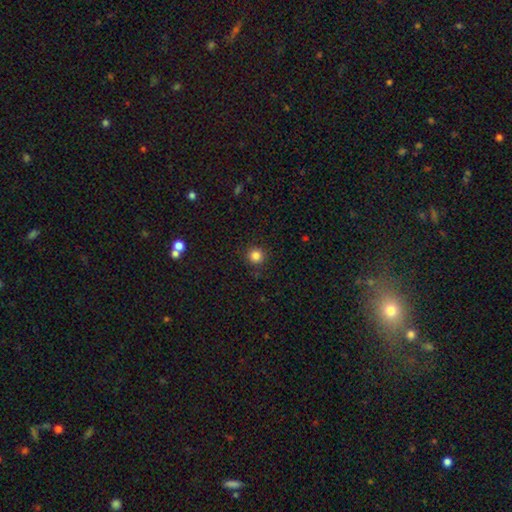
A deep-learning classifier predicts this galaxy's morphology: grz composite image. It shows a smooth galaxy with no disk features (83%) that is round (95%). Merging: none (91%).